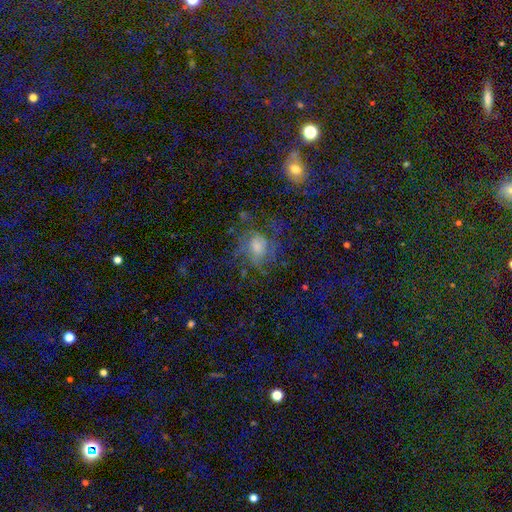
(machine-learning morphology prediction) Smooth or featured?
  - featured or disk: 44% *
  - smooth: 28%
  - star or artifact: 28%
Merging?
  - none: 57% *
  - major disturbance: 22%
  - minor disturbance: 17%
  - merger: 4%